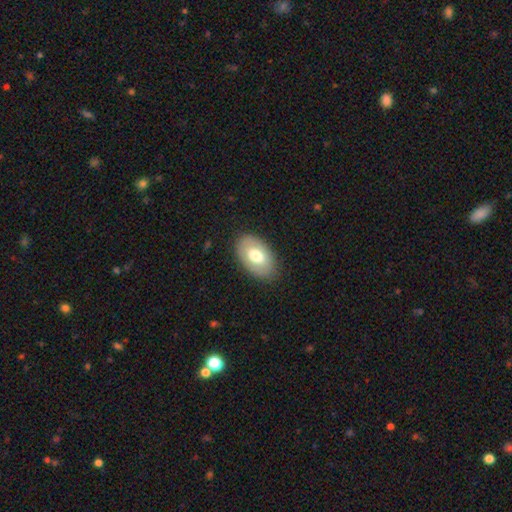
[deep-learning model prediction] Overall: smooth (67%). How rounded: in between (91%). Merging: none (85%).